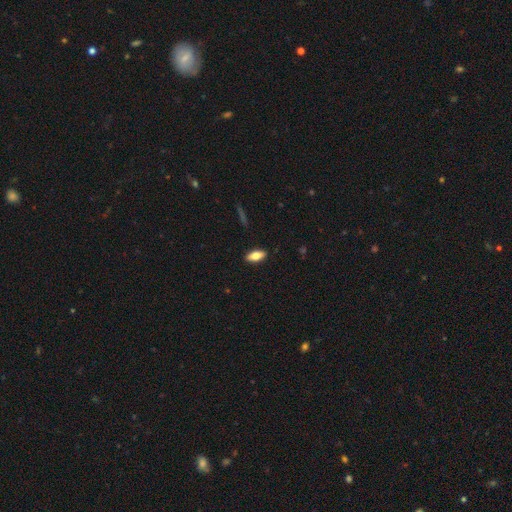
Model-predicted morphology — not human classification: Smooth or featured? smooth (74%)
How rounded? in between (84%)
Merging? none (89%)